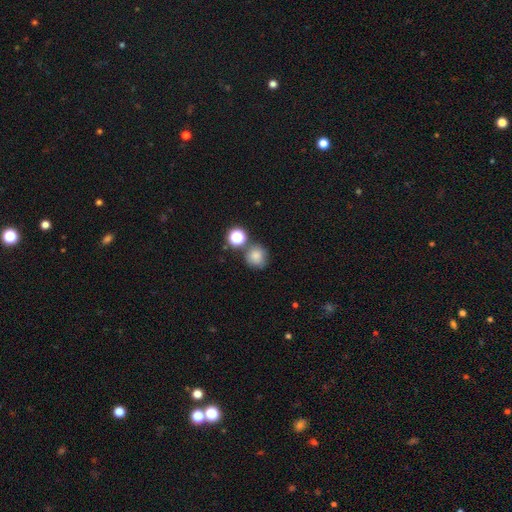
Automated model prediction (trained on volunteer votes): Smooth or featured? smooth (78%)
How rounded? round (88%)
Merging? none (65%)